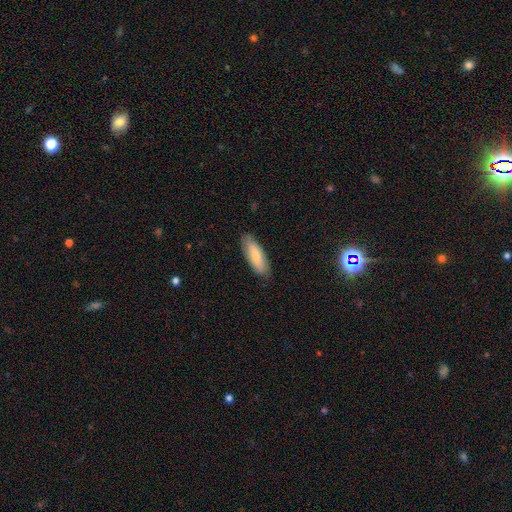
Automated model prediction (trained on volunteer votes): Smooth or featured? smooth (74%)
How rounded? in between (65%)
Merging? none (84%)